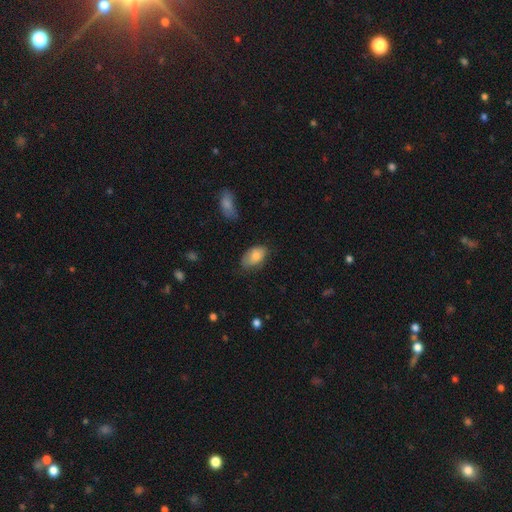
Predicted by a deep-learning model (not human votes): smooth_or_featured: smooth (p=0.80) [alt: featured or disk p=0.13]
how_rounded: in between (p=0.92) [alt: round p=0.06]
merging: none (p=0.63) [alt: minor disturbance p=0.28]